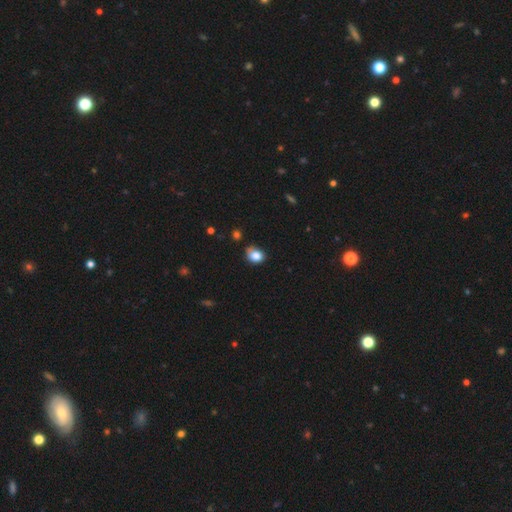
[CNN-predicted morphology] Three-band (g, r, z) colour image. It shows a smooth galaxy with no disk features (82%) that is in between round and cigar-shaped (53%). Merging: none (53%).